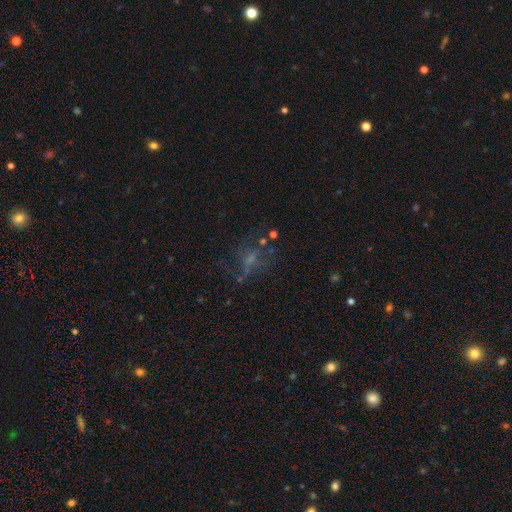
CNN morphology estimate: smooth-or-featured: star or artifact: 41% | featured or disk: 35% | smooth: 24%